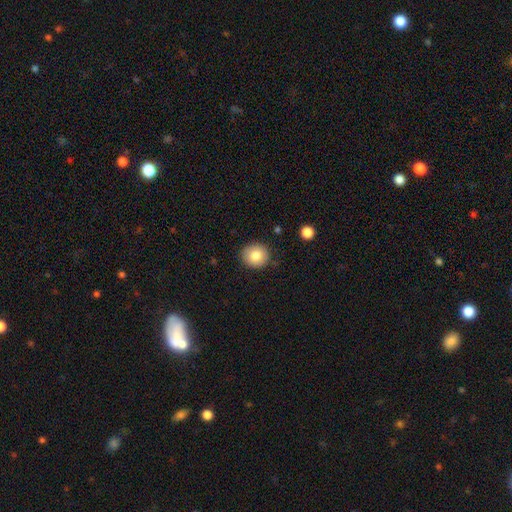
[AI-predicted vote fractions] A smooth galaxy with no disk features (82%) that is round (89%). Merging: none (87%).